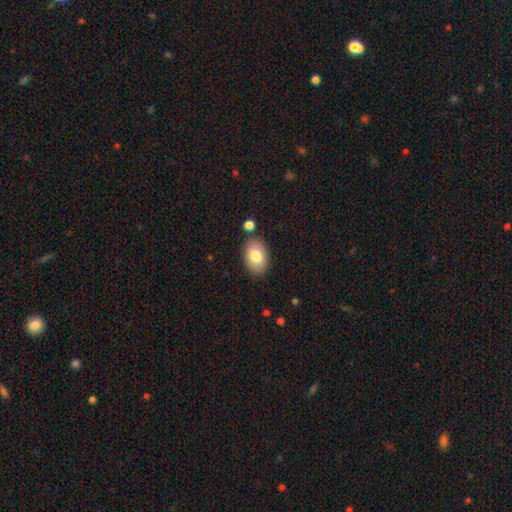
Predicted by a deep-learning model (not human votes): A smooth galaxy with no disk features (81%) that is in between round and cigar-shaped (86%). Merging: none (82%).